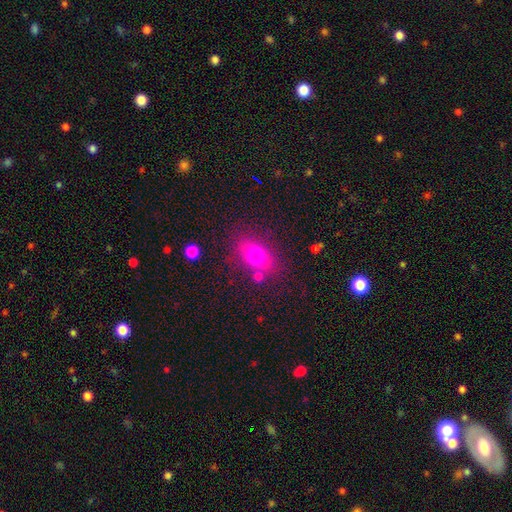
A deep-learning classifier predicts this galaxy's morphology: This appears to be a smooth galaxy with no disk features (73%) that is in between round and cigar-shaped (79%). Merging: none (73%).